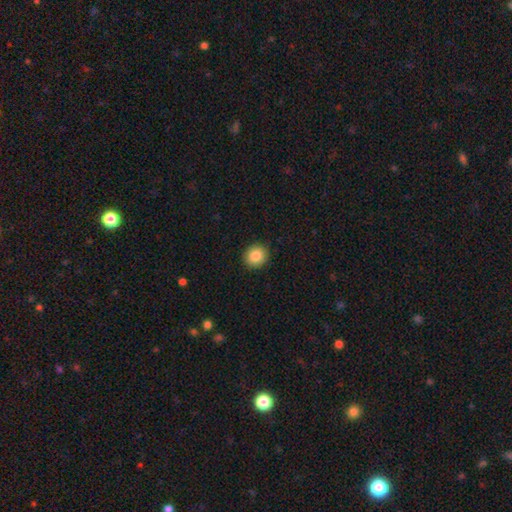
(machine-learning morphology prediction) A smooth galaxy with no disk features (87%) that is round (83%).

Vote fractions:
- Smooth or featured? smooth: 87% / star or artifact: 9% / featured or disk: 5%
- How rounded? round: 83% / in between: 17% / cigar-shaped: 1%
- Merging? none: 91% / minor disturbance: 6% / major disturbance: 2% / merger: 1%